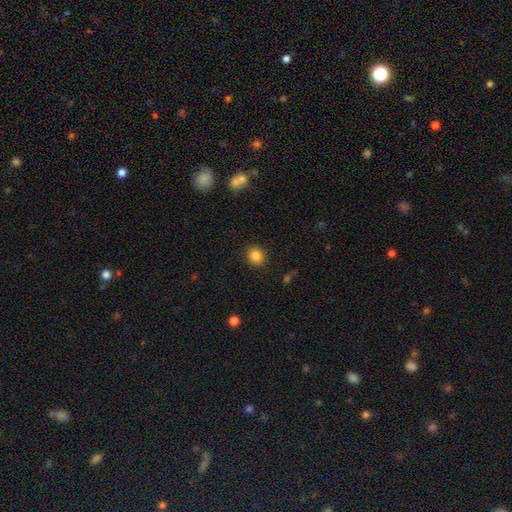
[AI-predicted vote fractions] smooth 85%, star or artifact 10%, featured or disk 4%. Down the decision tree: how rounded — round (76%); merging — none (89%).